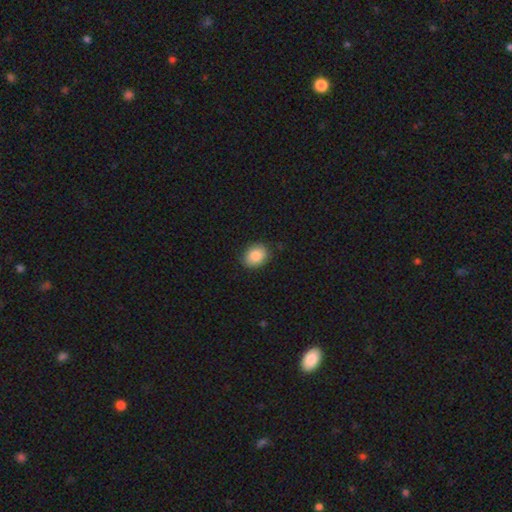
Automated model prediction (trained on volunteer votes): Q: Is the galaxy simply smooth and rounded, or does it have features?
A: smooth — 87%.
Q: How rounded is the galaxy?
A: in between — 61%.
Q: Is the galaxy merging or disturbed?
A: none — 87%.